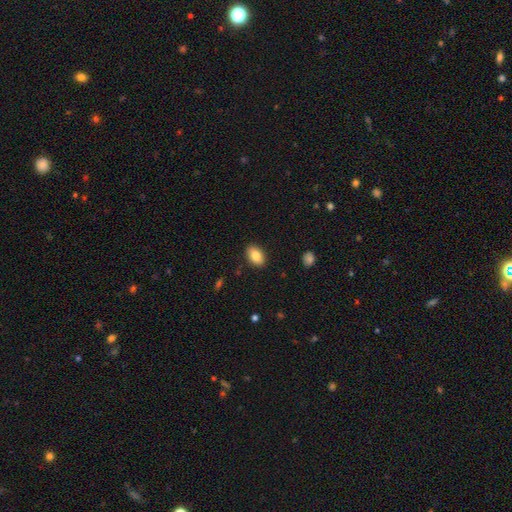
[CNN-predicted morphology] A smooth galaxy with no disk features (84%) that is in between round and cigar-shaped (90%). Merging: none (88%).